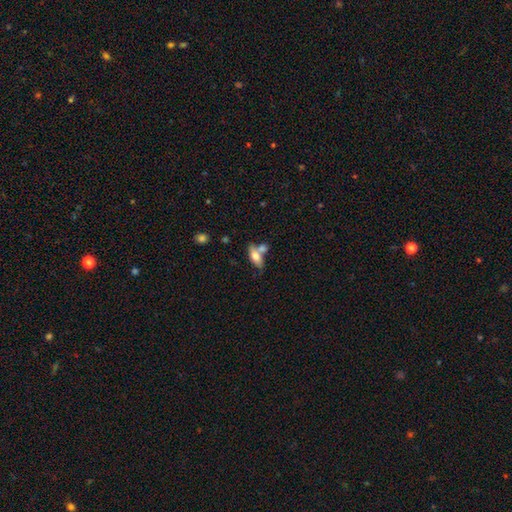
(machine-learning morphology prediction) This appears to be a smooth galaxy with no disk features (66%) that is in between round and cigar-shaped (79%). Merging: none (45%).